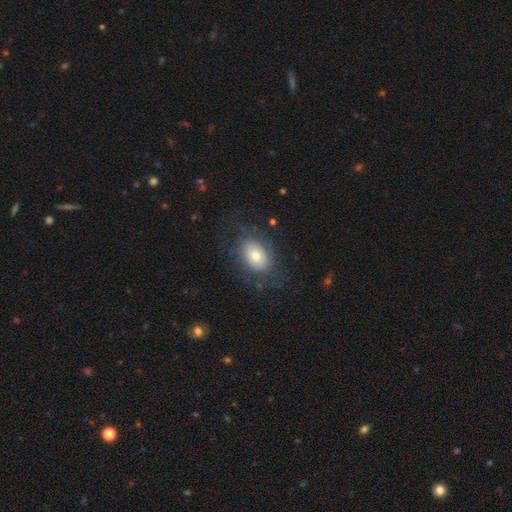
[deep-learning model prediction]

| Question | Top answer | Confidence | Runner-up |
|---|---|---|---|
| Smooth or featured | smooth | 64% | featured or disk (27%) |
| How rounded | in between | 77% | round (21%) |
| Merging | none | 70% | minor disturbance (16%) |